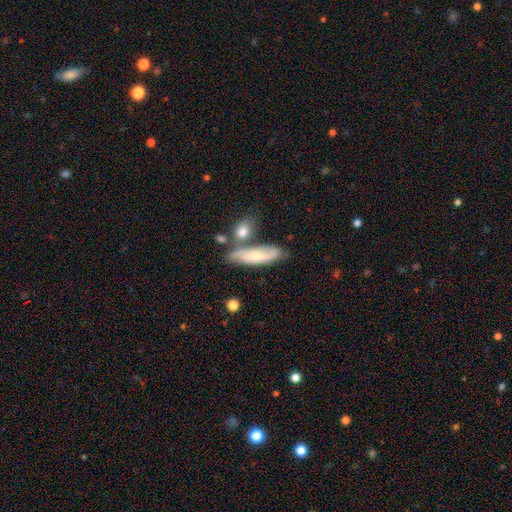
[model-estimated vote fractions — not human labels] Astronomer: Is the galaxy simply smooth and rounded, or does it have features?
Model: featured or disk — 48% (runner-up: smooth, 45%).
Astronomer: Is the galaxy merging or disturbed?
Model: none — 53%.